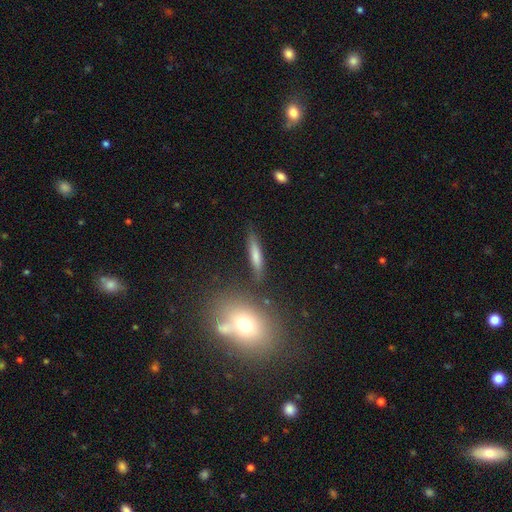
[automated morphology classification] Overall: smooth (68%). How rounded: cigar-shaped (85%). Merging: none (76%).